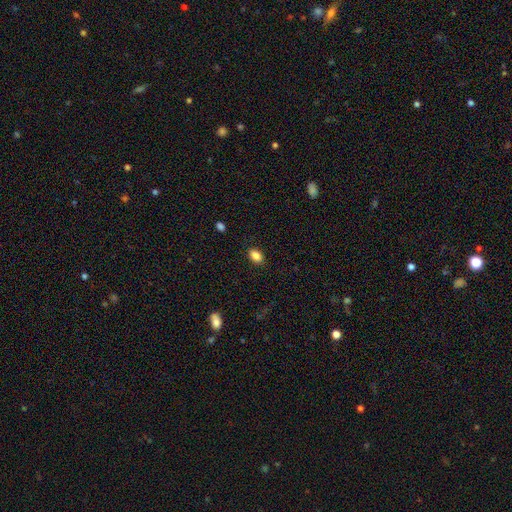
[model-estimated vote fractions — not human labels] Q: Smooth or featured?
A: smooth (87%); runner-up: star or artifact (9%)
Q: How rounded?
A: in between (86%); runner-up: round (13%)
Q: Merging?
A: none (87%); runner-up: minor disturbance (9%)